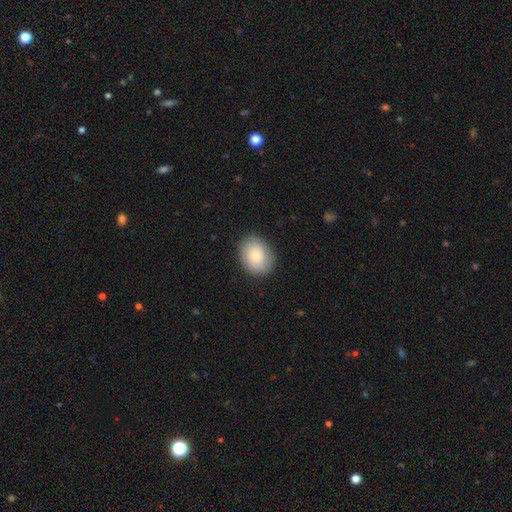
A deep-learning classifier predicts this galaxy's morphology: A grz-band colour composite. It shows a smooth galaxy with no disk features (70%) that is in between round and cigar-shaped (55%). Merging: none (83%).